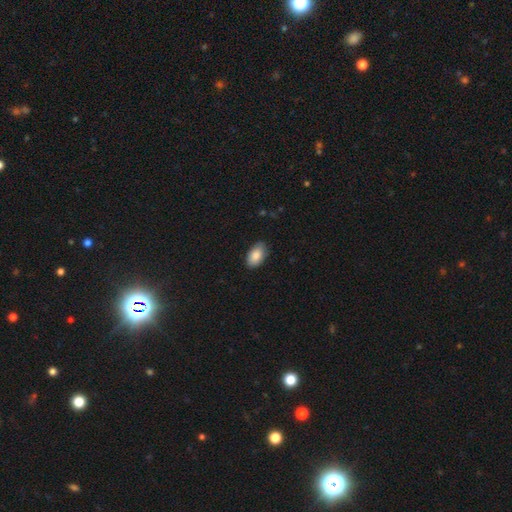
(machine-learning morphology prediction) A smooth galaxy with no disk features (87%) that is in between round and cigar-shaped (94%). Merging: none (84%).